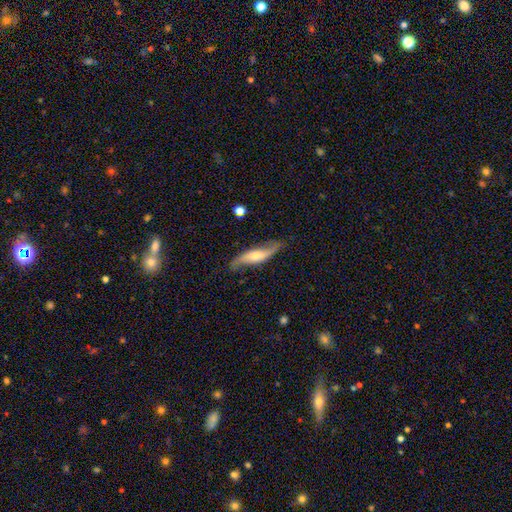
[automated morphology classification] Q: Smooth or featured?
A: featured or disk (70%); runner-up: smooth (25%)
Q: Edge-on disk?
A: no (72%); runner-up: yes (28%)
Q: Merging?
A: none (75%); runner-up: minor disturbance (18%)